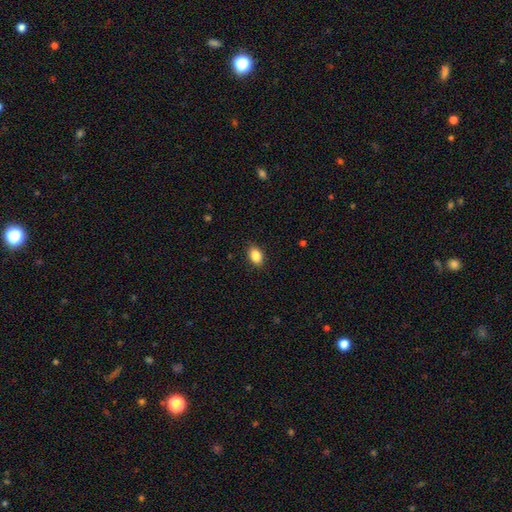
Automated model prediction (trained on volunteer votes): smooth_or_featured: smooth (p=0.87) [alt: star or artifact p=0.08]
how_rounded: in between (p=0.86) [alt: round p=0.13]
merging: none (p=0.88) [alt: minor disturbance p=0.09]